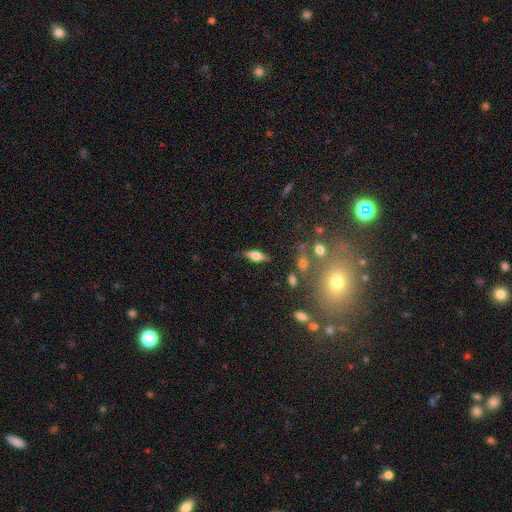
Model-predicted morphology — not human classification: smooth 51%, featured or disk 40%, star or artifact 9%. Down the decision tree: how rounded — in between (66%); merging — none (82%).